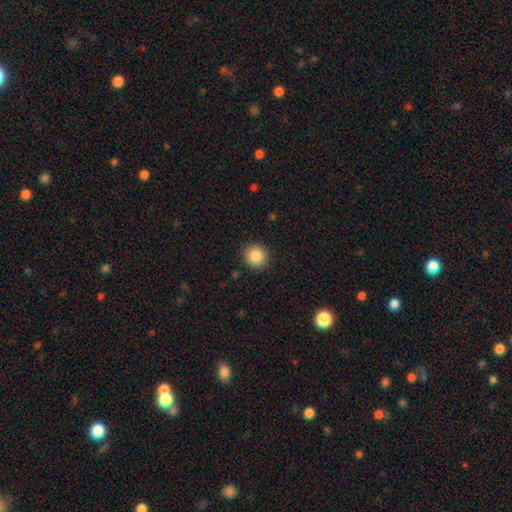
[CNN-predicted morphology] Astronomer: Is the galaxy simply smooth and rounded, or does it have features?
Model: smooth — 86%.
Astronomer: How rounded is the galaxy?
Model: round — 92%.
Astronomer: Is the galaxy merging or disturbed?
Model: none — 91%.